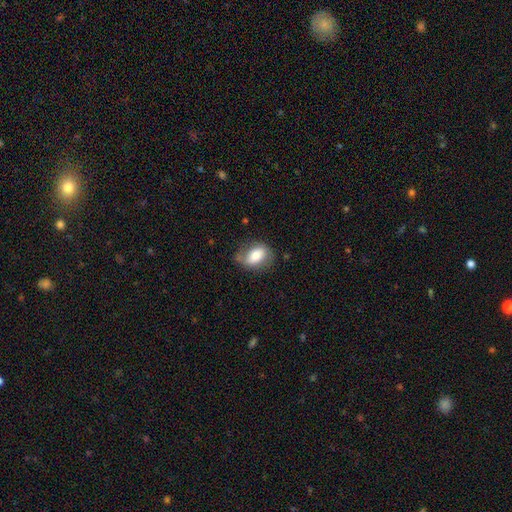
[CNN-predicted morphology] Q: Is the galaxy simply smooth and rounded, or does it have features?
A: smooth — 67%.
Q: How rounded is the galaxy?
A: in between — 81%.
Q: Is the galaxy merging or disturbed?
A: none — 60%.